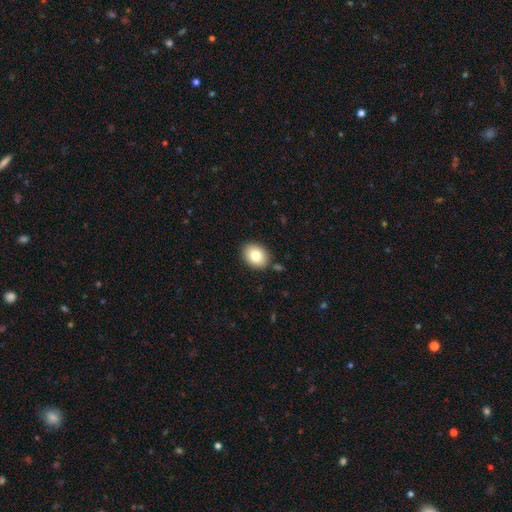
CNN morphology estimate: Q: Smooth or featured?
A: smooth (81%); runner-up: featured or disk (11%)
Q: How rounded?
A: in between (65%); runner-up: round (35%)
Q: Merging?
A: none (86%); runner-up: minor disturbance (9%)